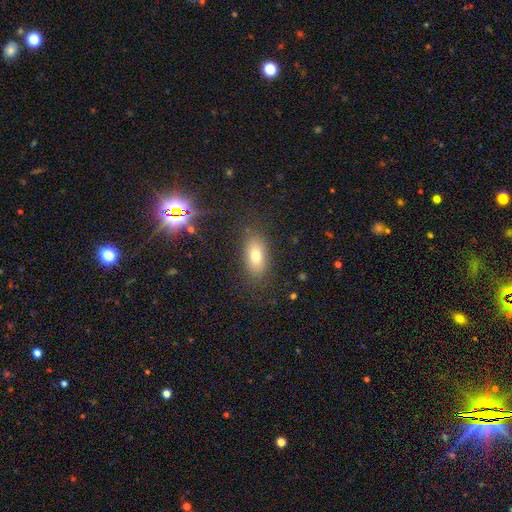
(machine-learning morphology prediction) The model was most divided on "smooth or featured": smooth: 71%, star or artifact: 15%, featured or disk: 14%. More confident: how rounded — in between (86%); merging — none (83%).